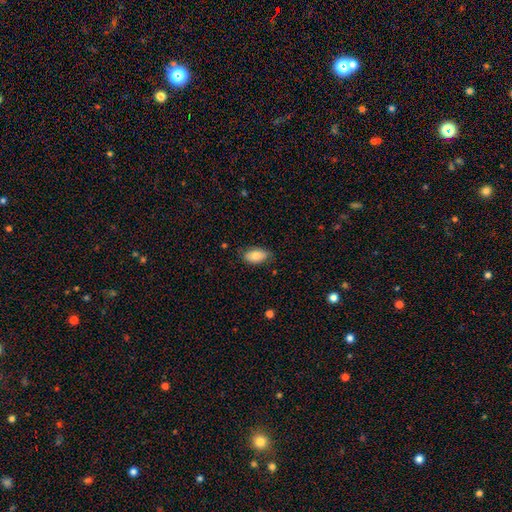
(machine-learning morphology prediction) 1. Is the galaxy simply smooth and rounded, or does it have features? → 81% smooth, 12% featured or disk, 7% star or artifact.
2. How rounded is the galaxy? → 92% in between, 4% round, 3% cigar-shaped.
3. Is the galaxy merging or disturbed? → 77% none, 18% minor disturbance, 3% major disturbance, 1% merger.